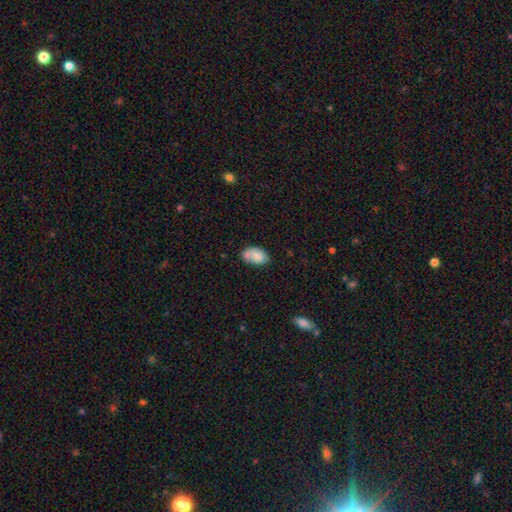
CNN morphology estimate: smooth_or_featured: smooth (p=0.78) [alt: featured or disk p=0.14]
how_rounded: in between (p=0.89) [alt: round p=0.10]
merging: none (p=0.52) [alt: minor disturbance p=0.27]